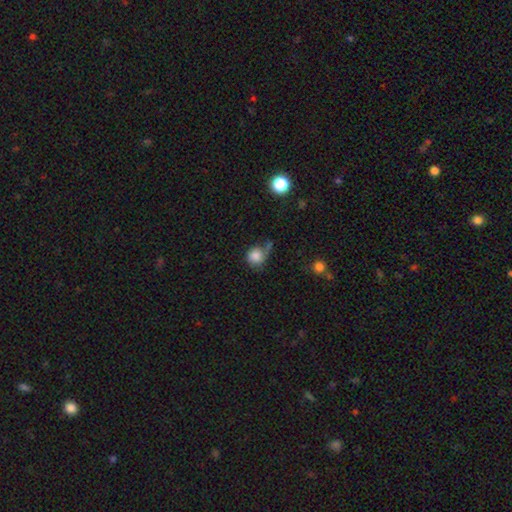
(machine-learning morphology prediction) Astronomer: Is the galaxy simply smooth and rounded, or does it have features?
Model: smooth — 80%.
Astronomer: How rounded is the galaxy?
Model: round — 83%.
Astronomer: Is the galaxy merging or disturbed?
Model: none — 45% (runner-up: minor disturbance, 27%).